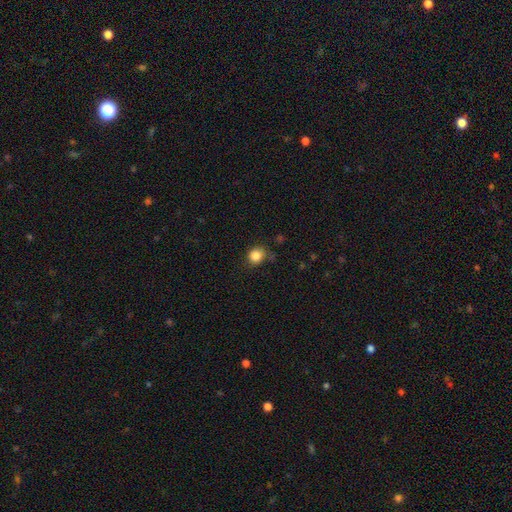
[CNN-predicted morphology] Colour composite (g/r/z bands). It shows a smooth galaxy with no disk features (85%) that is round (78%). Merging: none (73%).